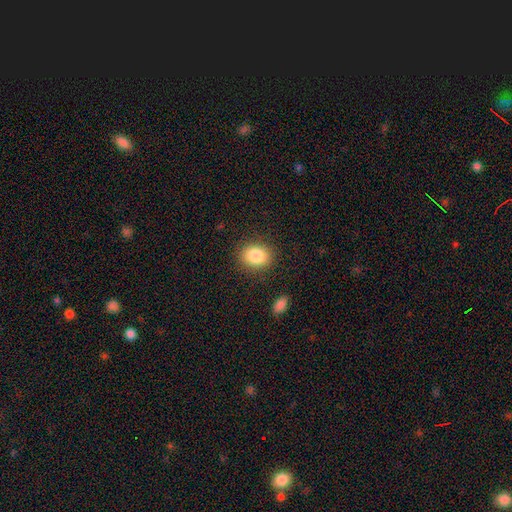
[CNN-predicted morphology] This appears to be a smooth galaxy with no disk features (86%) that is in between round and cigar-shaped (56%). Merging: none (86%).